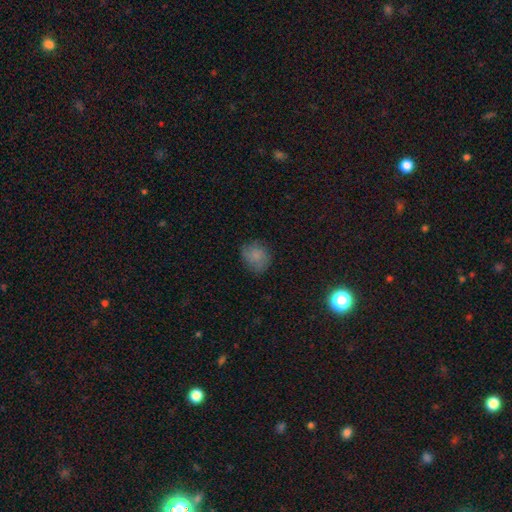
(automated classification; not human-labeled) Morphology: type=smooth (76%); roundness=round (72%); merging=none (75%).